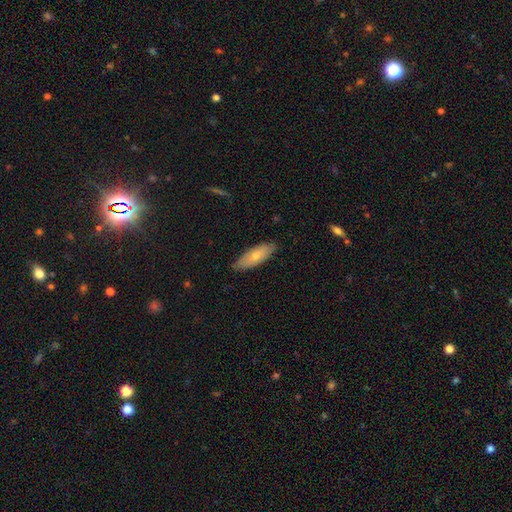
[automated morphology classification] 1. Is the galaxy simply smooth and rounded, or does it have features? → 69% smooth, 25% featured or disk, 6% star or artifact.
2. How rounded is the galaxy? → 65% in between, 33% cigar-shaped, 2% round.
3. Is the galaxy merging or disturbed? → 84% none, 13% minor disturbance, 2% major disturbance, 1% merger.